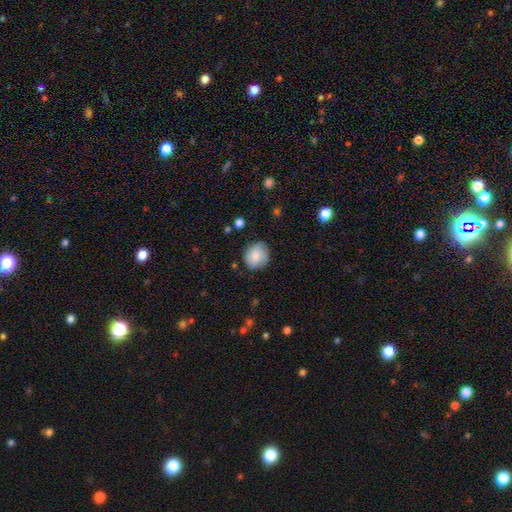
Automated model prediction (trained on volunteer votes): Q: Smooth or featured?
A: smooth (78%); runner-up: featured or disk (14%)
Q: How rounded?
A: round (78%); runner-up: in between (21%)
Q: Merging?
A: none (75%); runner-up: minor disturbance (19%)